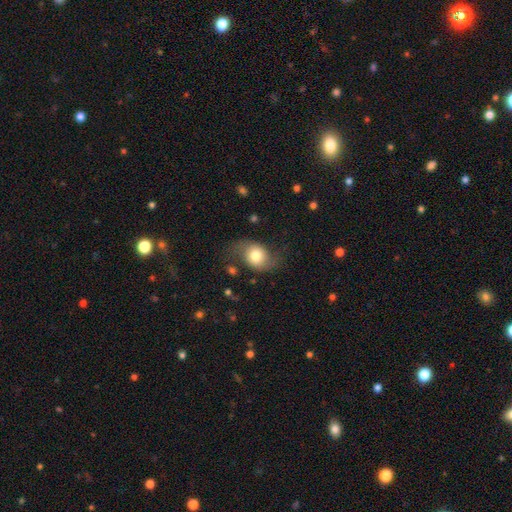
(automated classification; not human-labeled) A smooth galaxy with no disk features (52%) that is round (50%).

Vote fractions:
- Smooth or featured? smooth: 52% / featured or disk: 40% / star or artifact: 8%
- How rounded? round: 50% / in between: 49% / cigar-shaped: 1%
- Merging? none: 60% / minor disturbance: 23% / major disturbance: 15% / merger: 2%